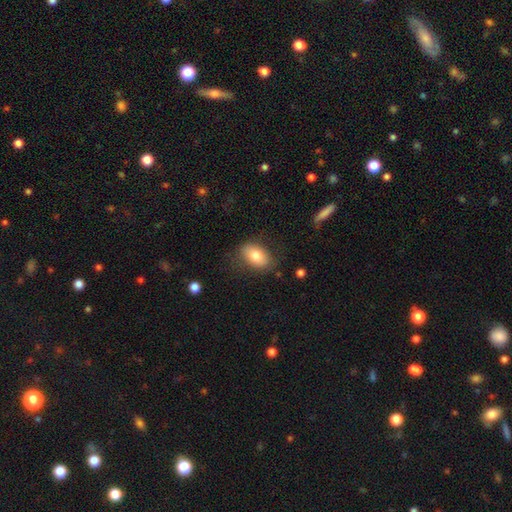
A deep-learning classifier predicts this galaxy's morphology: A smooth galaxy with no disk features (78%) that is in between round and cigar-shaped (86%). Merging: none (77%).